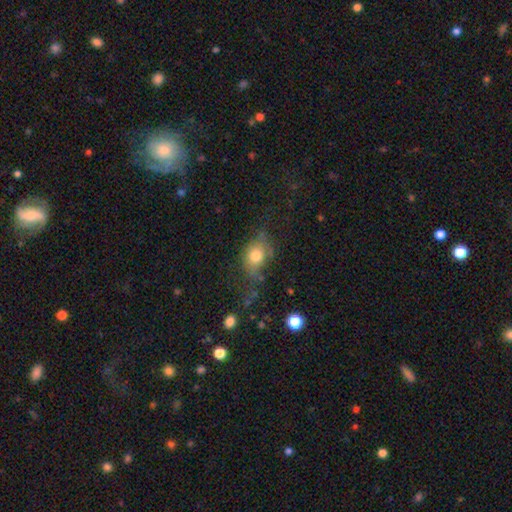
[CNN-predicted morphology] A smooth galaxy with no disk features (76%) that is in between round and cigar-shaped (66%).

Vote fractions:
- Smooth or featured? smooth: 76% / featured or disk: 13% / star or artifact: 11%
- How rounded? in between: 66% / round: 32% / cigar-shaped: 2%
- Merging? none: 57% / minor disturbance: 26% / major disturbance: 13% / merger: 4%